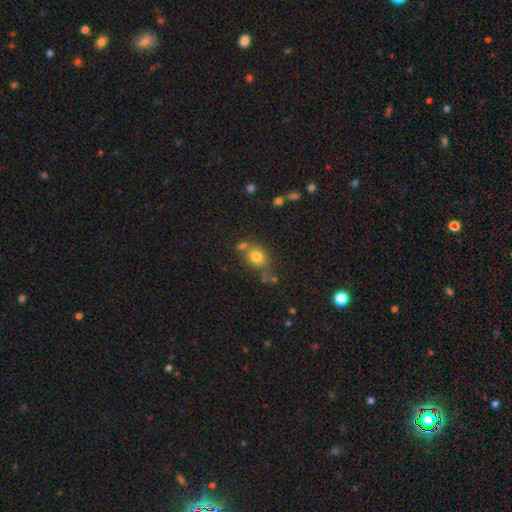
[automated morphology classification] Overall: smooth (75%). How rounded: round (70%). Merging: none (59%; merger 22%).